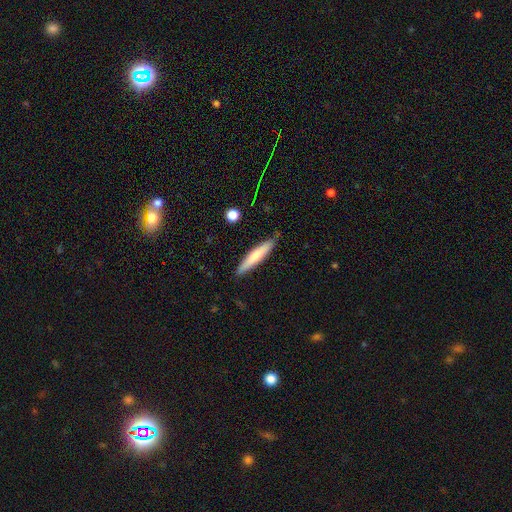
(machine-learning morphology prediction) This appears to be a smooth galaxy with no disk features (66%) that is cigar-shaped (90%). Merging: none (84%).